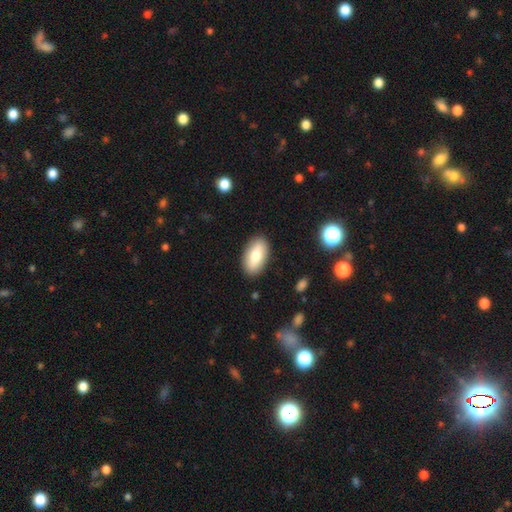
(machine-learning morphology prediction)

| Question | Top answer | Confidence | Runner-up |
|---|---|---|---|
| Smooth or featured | smooth | 74% | featured or disk (19%) |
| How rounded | in between | 93% | round (4%) |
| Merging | none | 88% | minor disturbance (9%) |